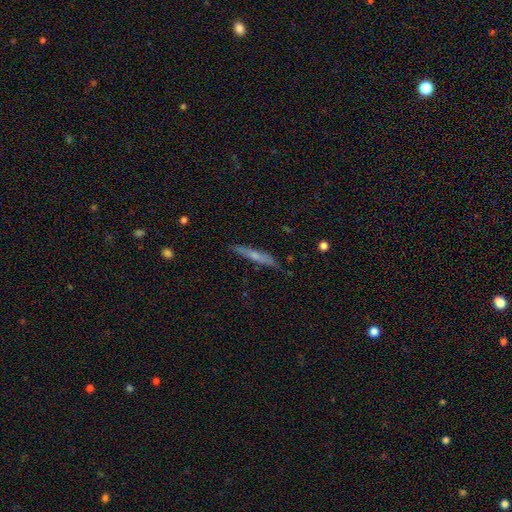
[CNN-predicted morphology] Smooth or featured? Predicted: smooth (p=0.48). Merging? Predicted: none (p=0.84).